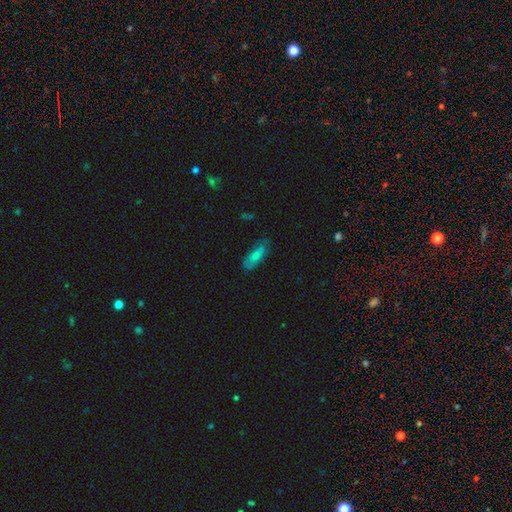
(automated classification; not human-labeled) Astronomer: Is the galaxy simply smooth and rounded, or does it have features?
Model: smooth — 69%.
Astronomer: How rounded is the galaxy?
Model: in between — 69%.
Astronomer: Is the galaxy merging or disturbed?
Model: none — 63%.